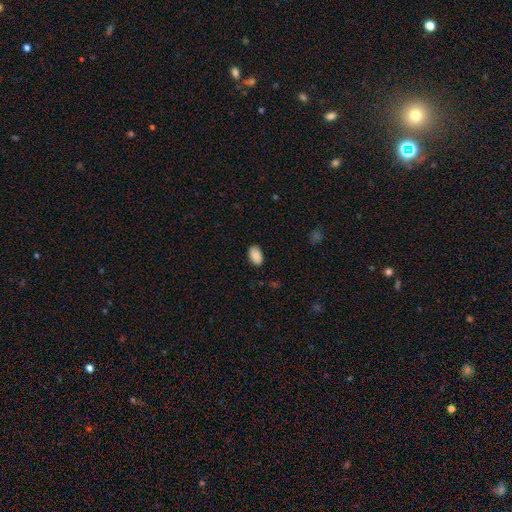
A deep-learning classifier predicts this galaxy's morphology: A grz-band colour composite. It shows a smooth galaxy with no disk features (90%) that is in between round and cigar-shaped (92%). Merging: none (85%).